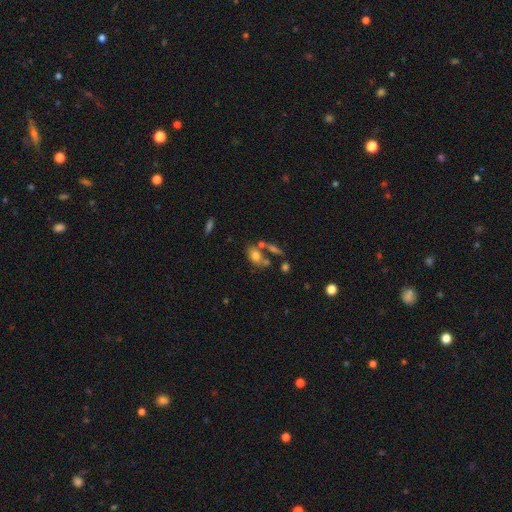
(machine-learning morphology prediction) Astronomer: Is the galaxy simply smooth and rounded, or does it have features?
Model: smooth — 71%.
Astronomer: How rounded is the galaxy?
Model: in between — 79%.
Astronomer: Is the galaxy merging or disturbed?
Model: none — 51% (runner-up: merger, 28%).